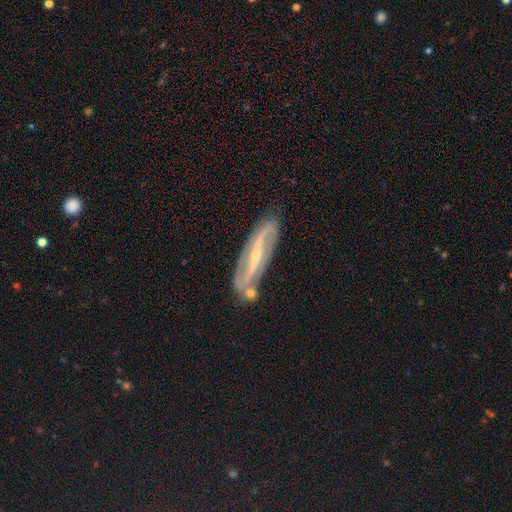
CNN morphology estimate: type=featured or disk (84%); edge-on=no (77%); bar=strong (62%); spiral arms=yes (91%); winding=medium (39%); arm count=2 (88%); bulge=small (74%); merging=none (77%).